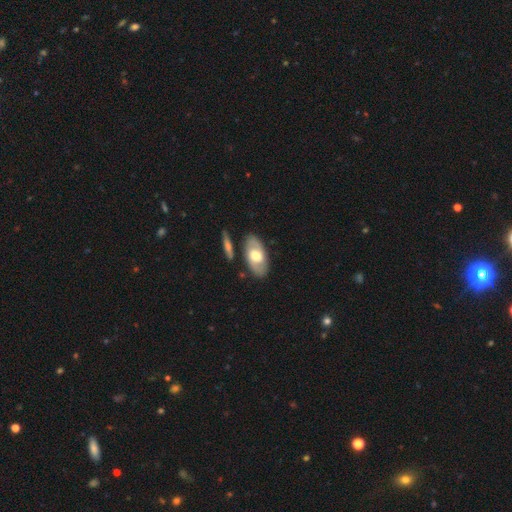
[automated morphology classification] smooth-or-featured: featured or disk: 49% | smooth: 45% | star or artifact: 5%
  merging: none: 79% | minor disturbance: 12% | merger: 5% | major disturbance: 3%